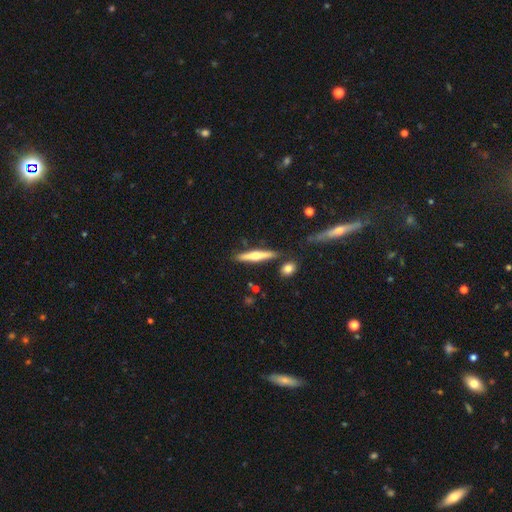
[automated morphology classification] Q: Smooth or featured?
A: featured or disk (51%); runner-up: smooth (43%)
Q: Edge-on disk?
A: yes (96%); runner-up: no (4%)
Q: Merging?
A: none (84%); runner-up: minor disturbance (9%)